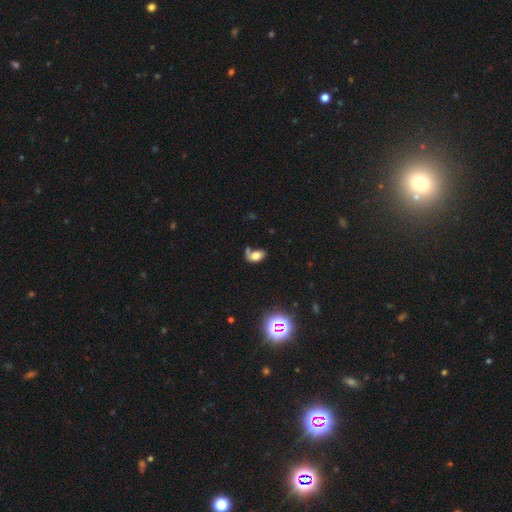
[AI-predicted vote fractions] The model was most divided on "merging": none: 41%, merger: 23%, minor disturbance: 21%, major disturbance: 15%. More confident: how rounded — in between (88%); smooth or featured — smooth (69%).